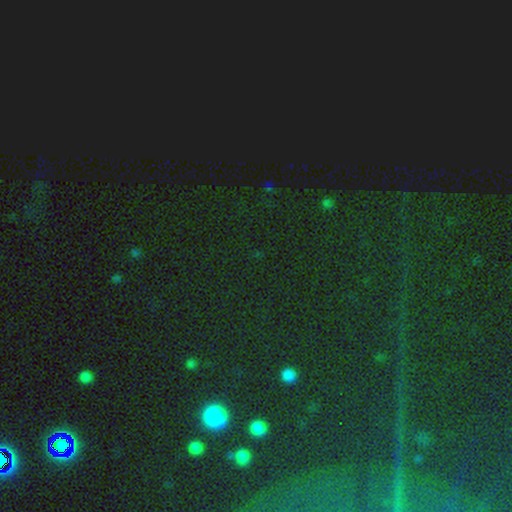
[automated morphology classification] This appears to be a star or artifact, not a galaxy (83%).